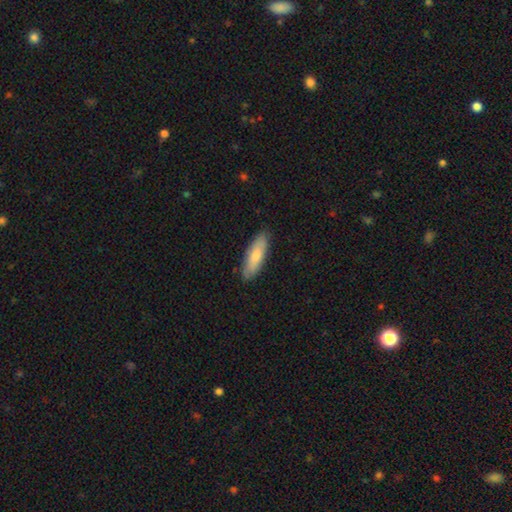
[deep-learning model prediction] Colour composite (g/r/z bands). It shows a smooth galaxy with no disk features (77%) that is in between round and cigar-shaped (54%). Merging: none (85%).